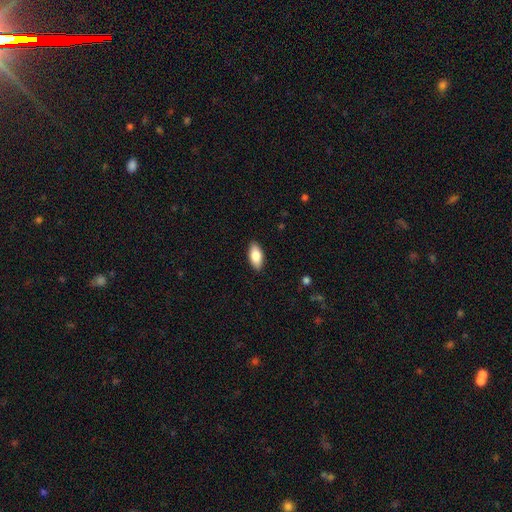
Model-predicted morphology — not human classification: The model was most divided on "smooth or featured": smooth: 84%, featured or disk: 9%, star or artifact: 6%. More confident: how rounded — in between (90%); merging — none (89%).